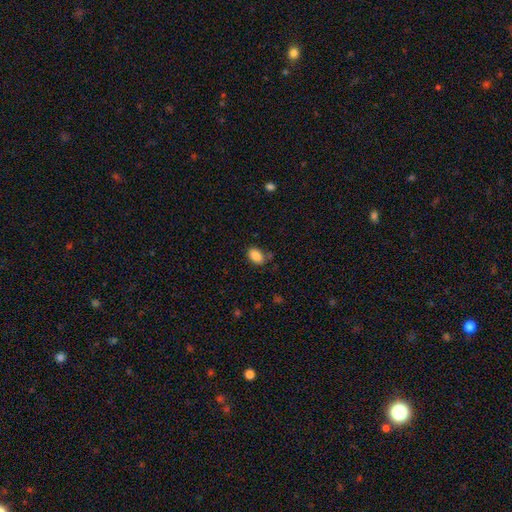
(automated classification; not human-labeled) Smooth or featured? Predicted: smooth (p=0.87). How rounded? Predicted: in between (p=0.85). Merging? Predicted: none (p=0.76).